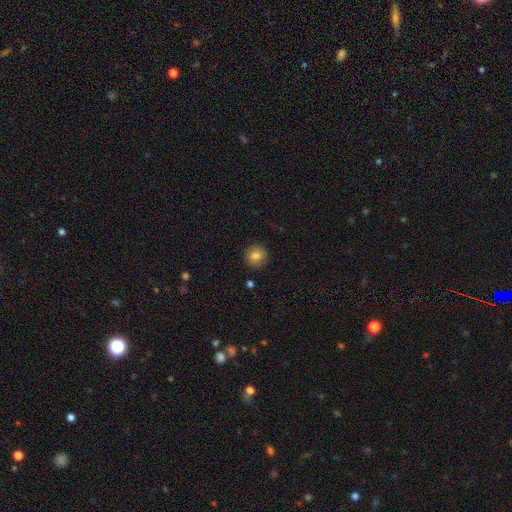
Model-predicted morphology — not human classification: Smooth or featured? Predicted: smooth (p=0.82). How rounded? Predicted: round (p=0.92). Merging? Predicted: none (p=0.91).